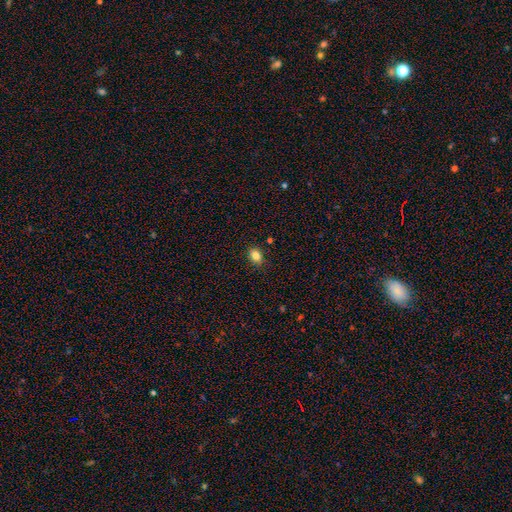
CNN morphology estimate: The model was most divided on "how rounded": in between: 62%, round: 37%, cigar-shaped: 1%. More confident: merging — none (86%); smooth or featured — smooth (83%).